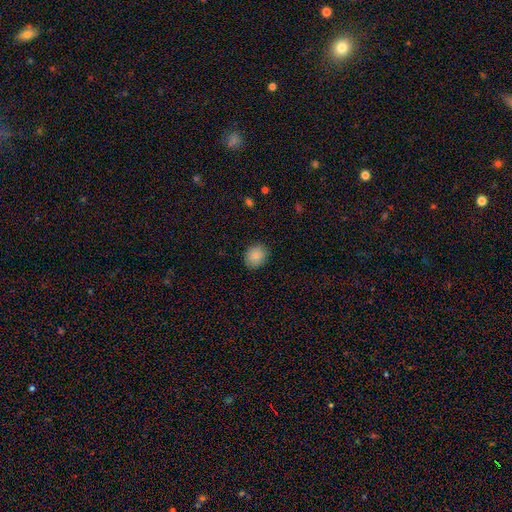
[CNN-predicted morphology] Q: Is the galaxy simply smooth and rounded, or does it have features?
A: smooth — 85%.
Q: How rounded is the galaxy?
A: round — 63%.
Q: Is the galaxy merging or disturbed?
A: none — 88%.